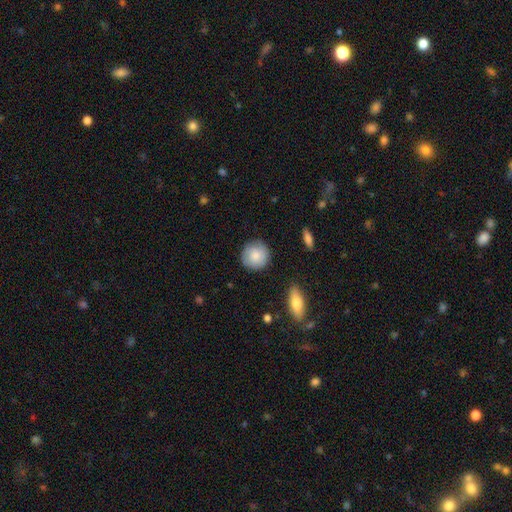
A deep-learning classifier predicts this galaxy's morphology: The model was most divided on "smooth or featured": smooth: 82%, featured or disk: 12%, star or artifact: 6%. More confident: how rounded — round (92%); merging — none (85%).